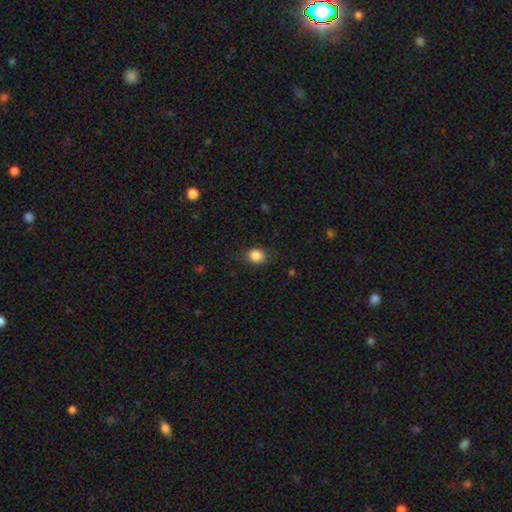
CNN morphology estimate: A smooth galaxy with no disk features (86%) that is round (57%). Merging: none (83%).